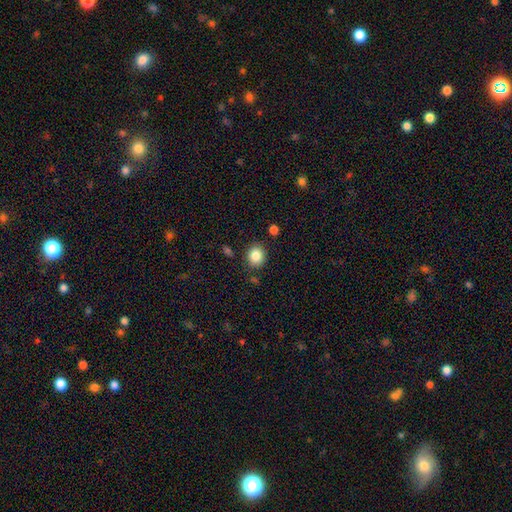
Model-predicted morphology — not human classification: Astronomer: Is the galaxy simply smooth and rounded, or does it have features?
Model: smooth — 85%.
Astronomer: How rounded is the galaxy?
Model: round — 71%.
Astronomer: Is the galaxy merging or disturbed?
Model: none — 85%.